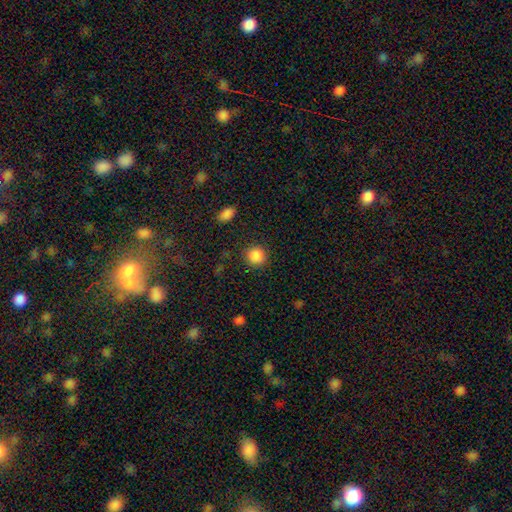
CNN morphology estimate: type=smooth (87%); roundness=round (90%); merging=none (88%).